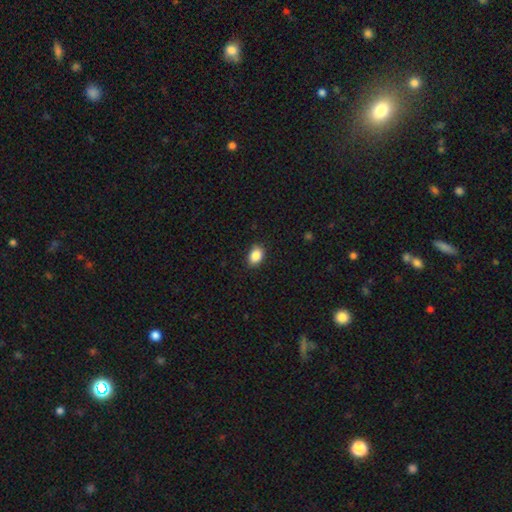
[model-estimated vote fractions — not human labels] smooth-or-featured: smooth: 88% | star or artifact: 8% | featured or disk: 4%
  how-rounded: in between: 77% | round: 22% | cigar-shaped: 1%
  merging: none: 86% | minor disturbance: 11% | major disturbance: 2% | merger: 1%